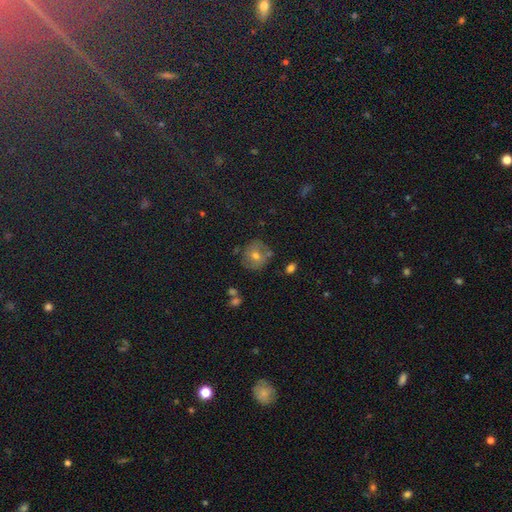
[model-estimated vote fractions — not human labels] Smooth or featured?
  - smooth: 60% *
  - featured or disk: 28%
  - star or artifact: 12%
How rounded?
  - round: 86% *
  - in between: 13%
  - cigar-shaped: 1%
Merging?
  - none: 72% *
  - minor disturbance: 17%
  - merger: 5%
  - major disturbance: 5%